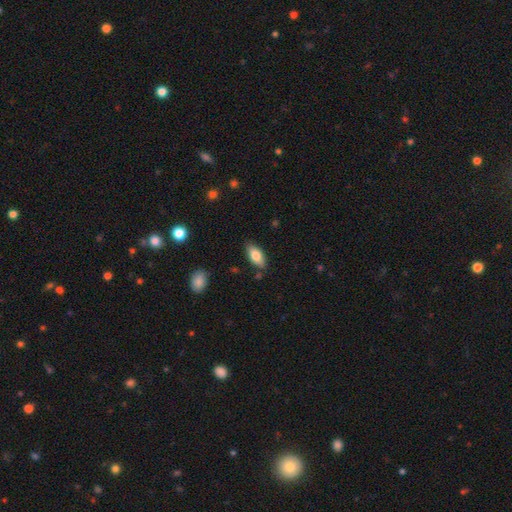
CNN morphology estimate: This is clearly a smooth galaxy (80%). How rounded: clearly in between (87%). Merging: clearly none (84%).